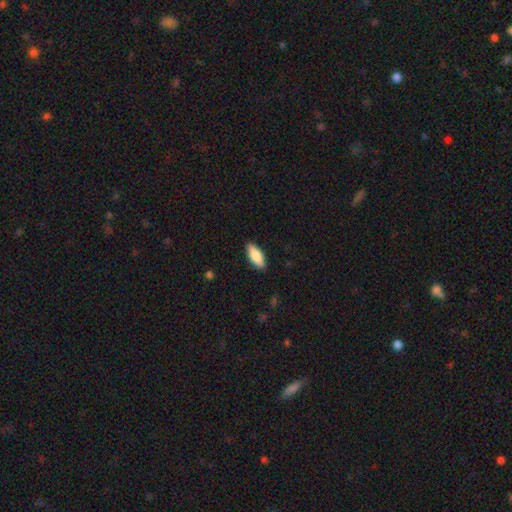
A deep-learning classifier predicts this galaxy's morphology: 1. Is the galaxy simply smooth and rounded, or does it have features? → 83% smooth, 11% featured or disk, 6% star or artifact.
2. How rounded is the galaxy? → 75% in between, 23% cigar-shaped, 2% round.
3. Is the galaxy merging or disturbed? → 88% none, 9% minor disturbance, 2% major disturbance, 1% merger.